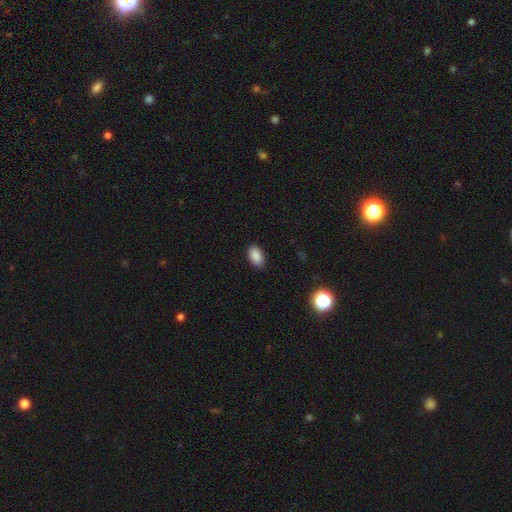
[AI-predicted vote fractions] This is clearly a smooth galaxy (89%). How rounded: clearly in between (92%). Merging: clearly none (87%).